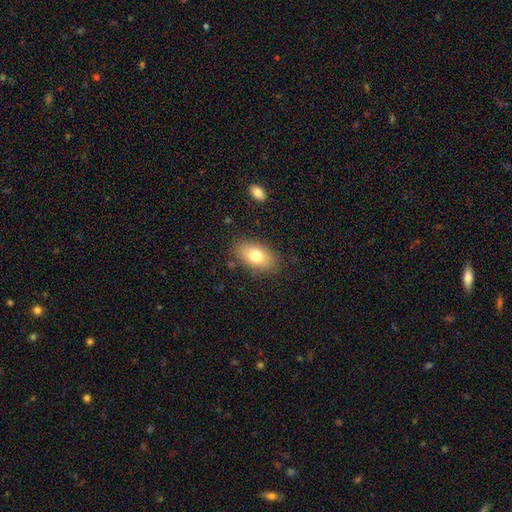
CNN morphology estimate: type=smooth (76%); roundness=in between (90%); merging=none (84%).